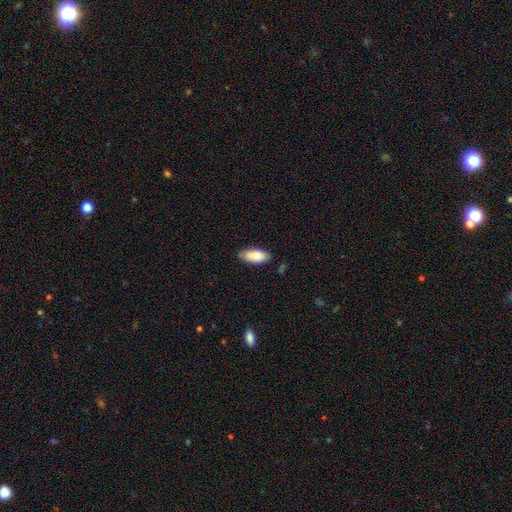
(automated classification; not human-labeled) Smooth or featured: smooth — 87% (featured or disk — 7%)
How rounded: in between — 85% (cigar-shaped — 13%)
Merging: none — 82% (minor disturbance — 14%)